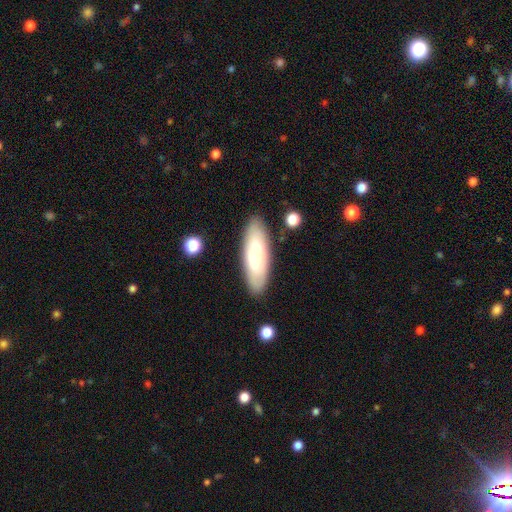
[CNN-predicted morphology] This is likely a smooth galaxy (70%). How rounded: possibly in between (58%). Merging: clearly none (87%).